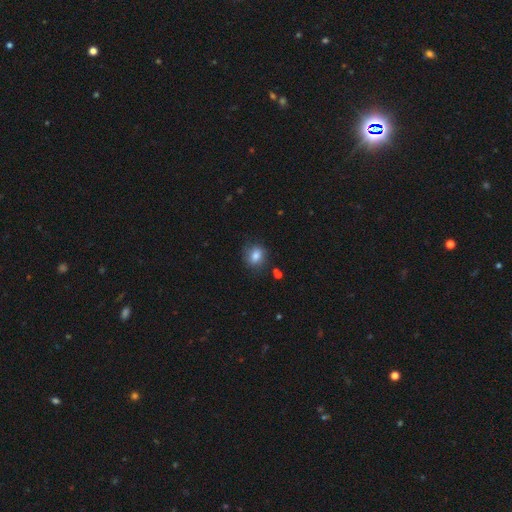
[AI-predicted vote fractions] This is clearly a smooth galaxy (80%). How rounded: possibly round (57%). Merging: likely none (76%).